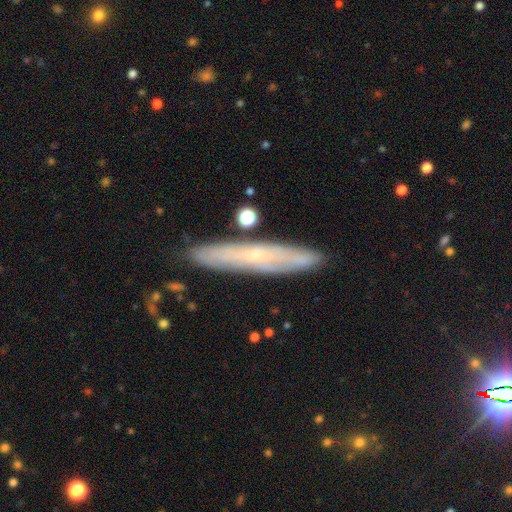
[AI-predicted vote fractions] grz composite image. It shows a featured or disk galaxy (55%) viewed edge-on (71%). Merging: none (85%).